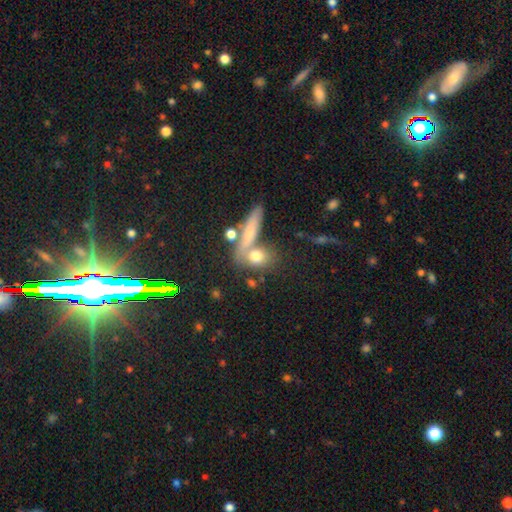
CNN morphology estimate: This is likely a smooth galaxy (72%). How rounded: marginally in between (42%). Merging: possibly none (51%).